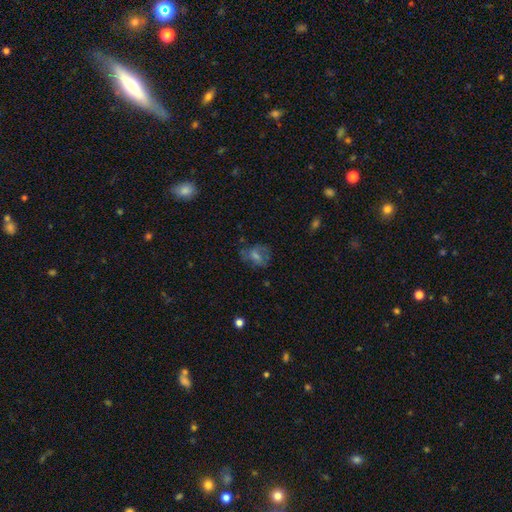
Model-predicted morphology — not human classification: smooth_or_featured: featured or disk (p=0.46) [alt: smooth p=0.34]
merging: none (p=0.60) [alt: minor disturbance p=0.20]